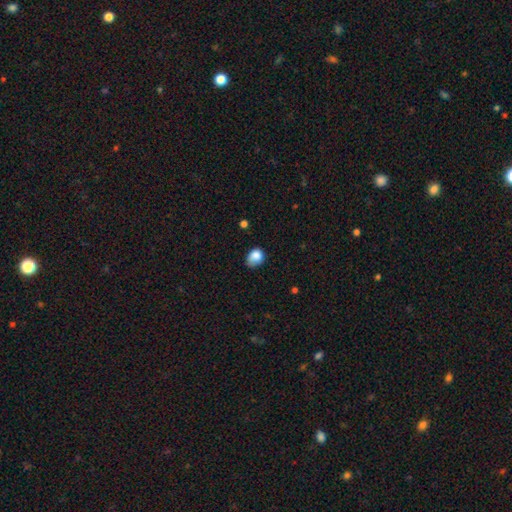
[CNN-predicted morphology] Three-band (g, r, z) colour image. It shows a smooth galaxy with no disk features (84%) that is in between round and cigar-shaped (57%). Merging: none (44%).